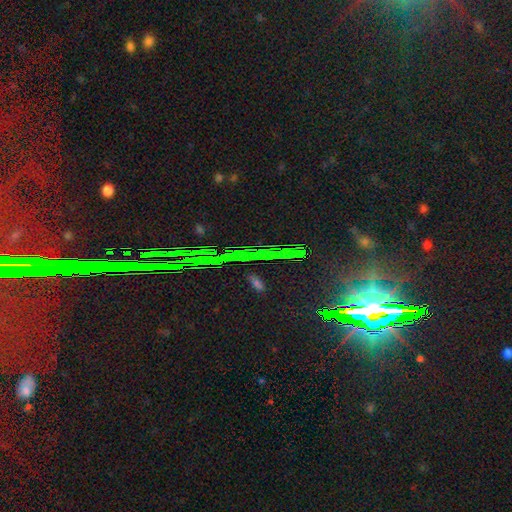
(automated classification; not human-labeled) This appears to be a star or artifact, not a galaxy (80%).